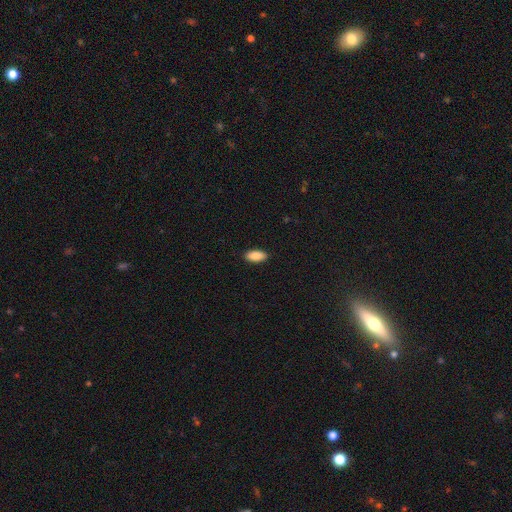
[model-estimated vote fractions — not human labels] This appears to be a smooth galaxy with no disk features (89%) that is in between round and cigar-shaped (91%). Merging: none (90%).